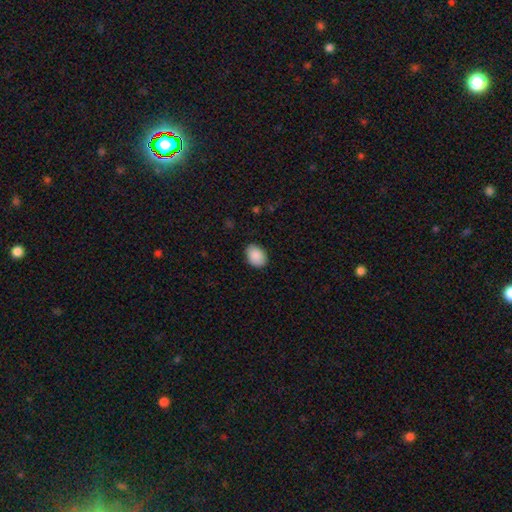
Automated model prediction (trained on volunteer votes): A smooth galaxy with no disk features (89%) that is in between round and cigar-shaped (75%).

Vote fractions:
- Smooth or featured? smooth: 89% / star or artifact: 7% / featured or disk: 4%
- How rounded? in between: 75% / round: 24% / cigar-shaped: 1%
- Merging? none: 85% / minor disturbance: 12% / major disturbance: 2% / merger: 1%